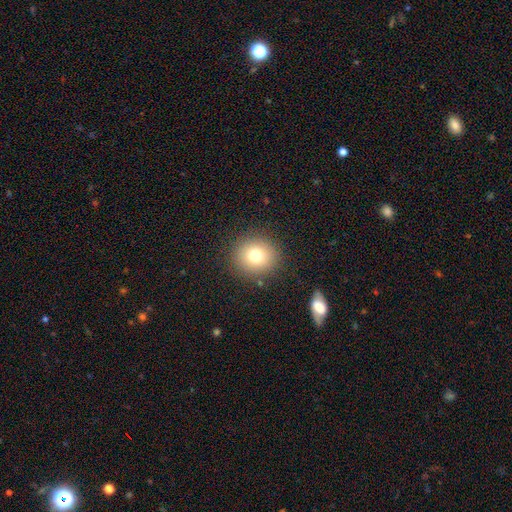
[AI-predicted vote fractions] This appears to be a smooth galaxy with no disk features (76%) that is round (88%). Merging: none (88%).